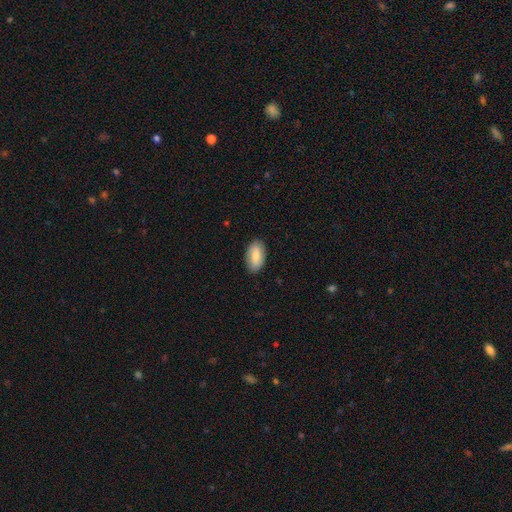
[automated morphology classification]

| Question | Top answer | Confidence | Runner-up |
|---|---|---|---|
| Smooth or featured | smooth | 76% | featured or disk (18%) |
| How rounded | in between | 94% | round (4%) |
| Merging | none | 87% | minor disturbance (10%) |